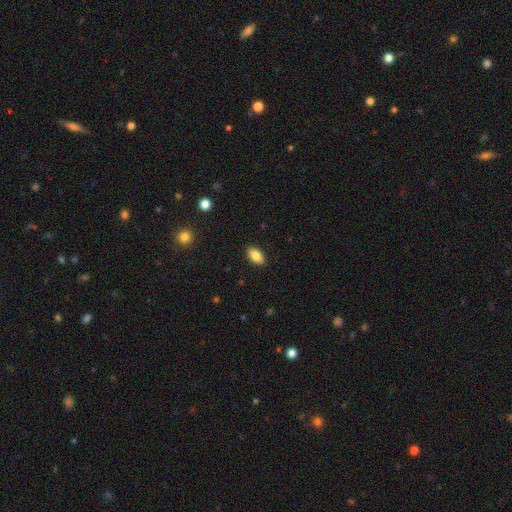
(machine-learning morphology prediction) smooth-or-featured: smooth: 86% | star or artifact: 8% | featured or disk: 6%
  how-rounded: in between: 92% | round: 5% | cigar-shaped: 3%
  merging: none: 89% | minor disturbance: 8% | major disturbance: 2% | merger: 1%